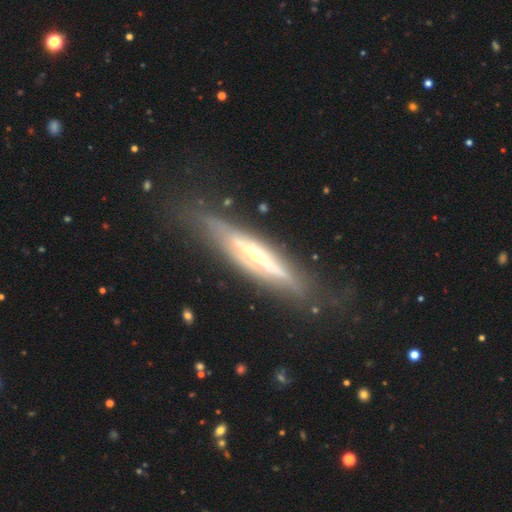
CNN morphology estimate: Smooth or featured? Predicted: featured or disk (p=0.80). Edge-on disk? Predicted: yes (p=0.87). Edge-on bulge? Predicted: rounded (p=0.80). Merging? Predicted: none (p=0.72).